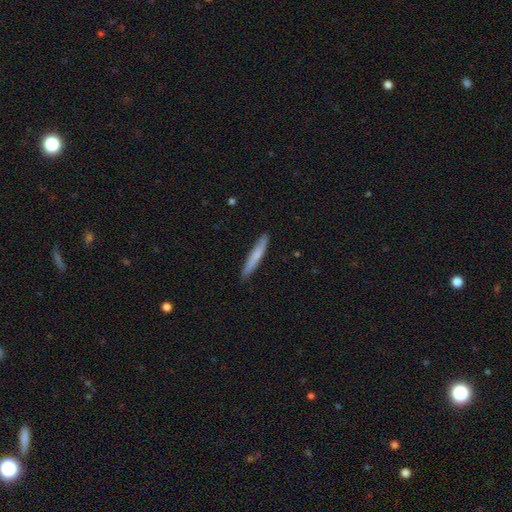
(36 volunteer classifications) Overall: smooth (69%). How rounded: cigar-shaped (100%). Merging: none (91%).